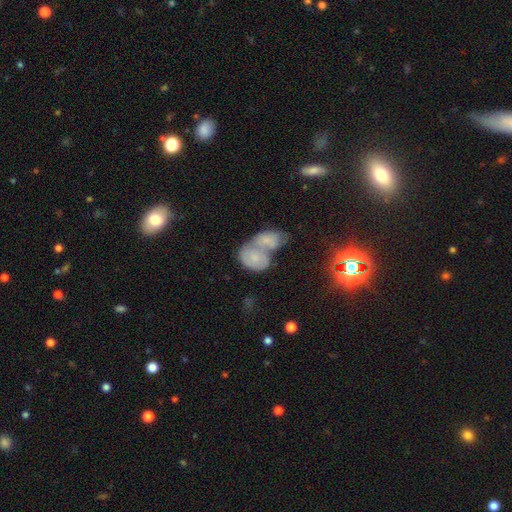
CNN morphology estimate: This appears to be a smooth galaxy with no disk features (58%) that is in between round and cigar-shaped (74%). Merging: merger (74%).